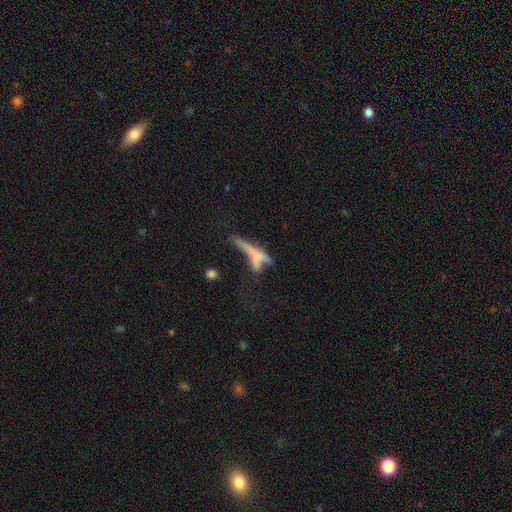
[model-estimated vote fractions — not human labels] Smooth or featured?
  - smooth: 49% *
  - featured or disk: 39%
  - star or artifact: 13%
Merging?
  - merger: 33% * (tied)
  - none: 33% * (tied)
  - major disturbance: 19%
  - minor disturbance: 15%